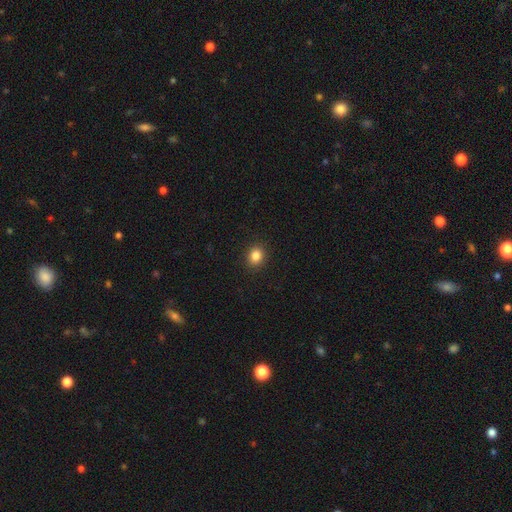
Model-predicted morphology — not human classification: A smooth galaxy with no disk features (85%) that is round (68%). Merging: none (91%).